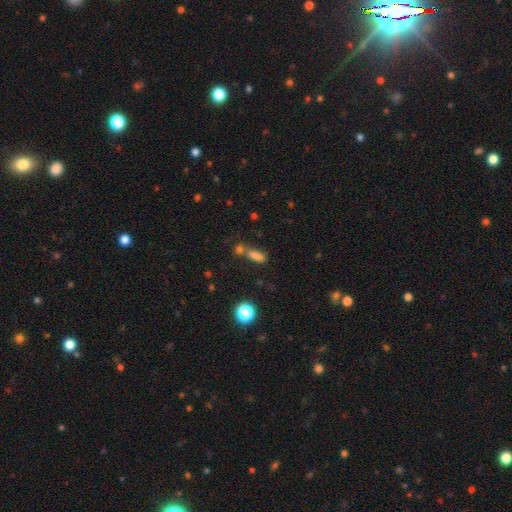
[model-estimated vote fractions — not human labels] This appears to be a smooth galaxy with no disk features (74%) that is in between round and cigar-shaped (57%). Merging: none (49%).